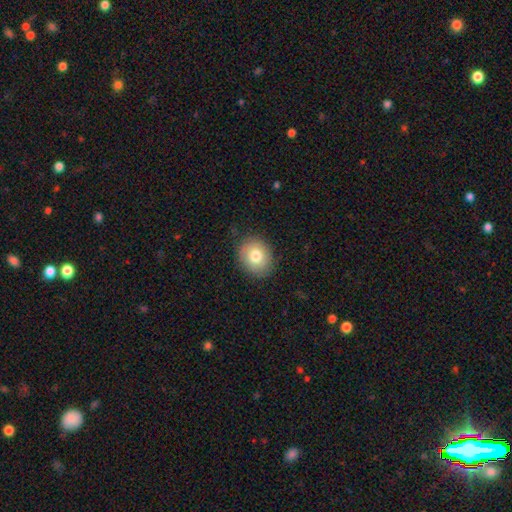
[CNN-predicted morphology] smooth-or-featured: smooth: 78% | featured or disk: 12% | star or artifact: 9%
  how-rounded: round: 66% | in between: 33% | cigar-shaped: 1%
  merging: none: 86% | minor disturbance: 10% | major disturbance: 3% | merger: 1%